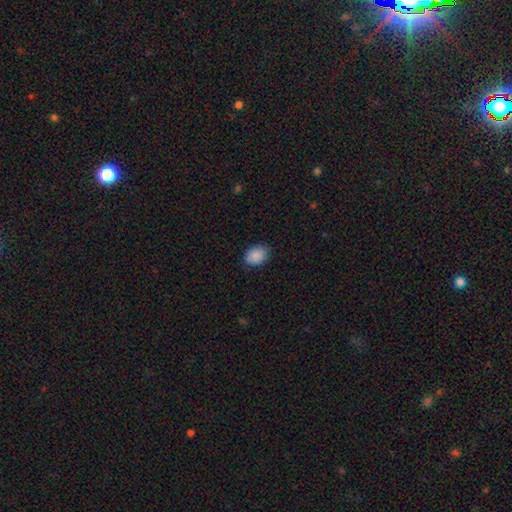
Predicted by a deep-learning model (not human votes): A smooth galaxy with no disk features (89%) that is in between round and cigar-shaped (77%). Merging: none (83%).